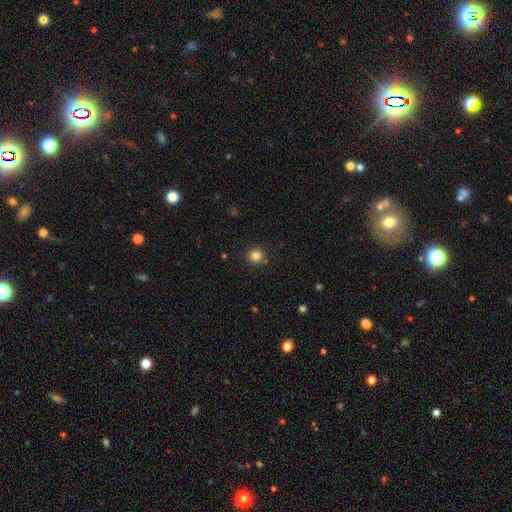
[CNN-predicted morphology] smooth 83%, star or artifact 13%, featured or disk 5%. Down the decision tree: how rounded — round (94%); merging — none (90%).